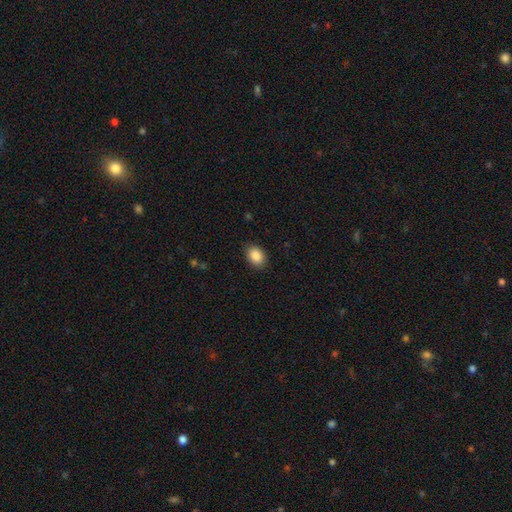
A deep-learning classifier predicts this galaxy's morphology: This appears to be a smooth galaxy with no disk features (88%) that is in between round and cigar-shaped (77%). Merging: none (87%).